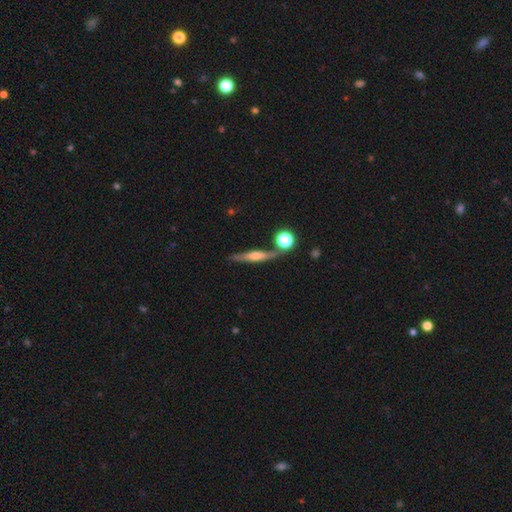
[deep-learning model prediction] This appears to be a featured or disk galaxy (57%) viewed edge-on (92%) with a rounded central bulge (63%). Merging: none (73%).